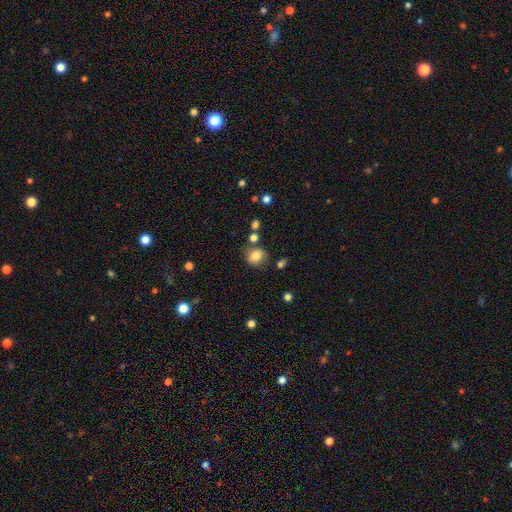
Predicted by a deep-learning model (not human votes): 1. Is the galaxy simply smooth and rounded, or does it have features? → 81% smooth, 11% star or artifact, 8% featured or disk.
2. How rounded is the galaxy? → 73% round, 26% in between, 1% cigar-shaped.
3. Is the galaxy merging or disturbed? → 75% none, 13% minor disturbance, 7% merger, 4% major disturbance.